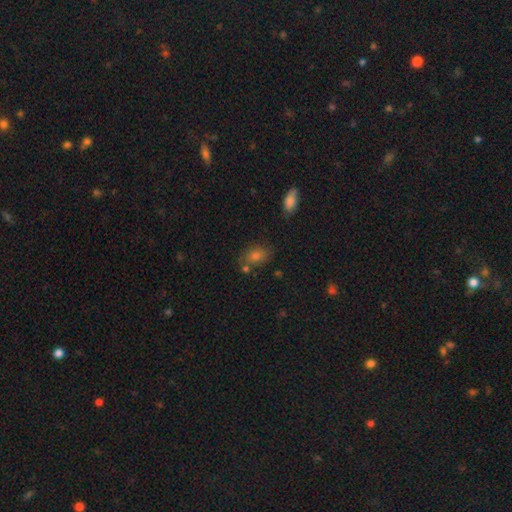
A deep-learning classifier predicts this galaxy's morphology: smooth 72%, star or artifact 16%, featured or disk 12%. Down the decision tree: how rounded — in between (77%); merging — none (68%).